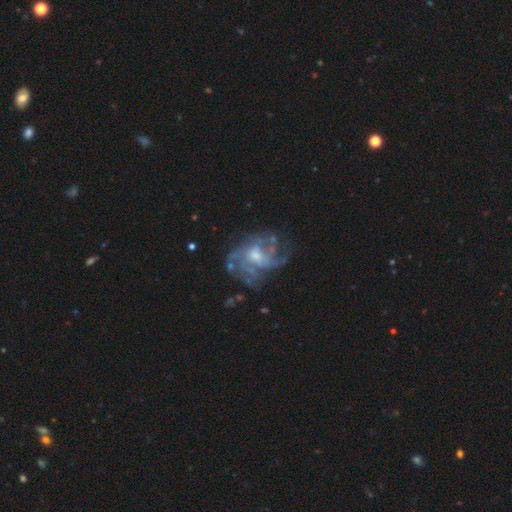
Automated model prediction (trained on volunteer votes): Smooth or featured? Predicted: featured or disk (p=0.82). Edge-on disk? Predicted: no (p=0.97). Bar? Predicted: no (p=0.61). Spiral arms? Predicted: yes (p=0.86). Spiral winding? Predicted: medium (p=0.42). Spiral arm count? Predicted: can't tell (p=0.38). Bulge size? Predicted: moderate (p=0.57). Merging? Predicted: none (p=0.57).